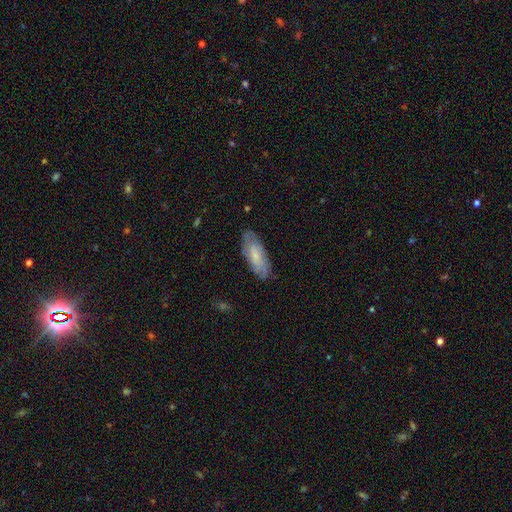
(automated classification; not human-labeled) The model was most divided on "smooth or featured": smooth: 61%, featured or disk: 32%, star or artifact: 7%. More confident: merging — none (77%); how rounded — in between (72%).